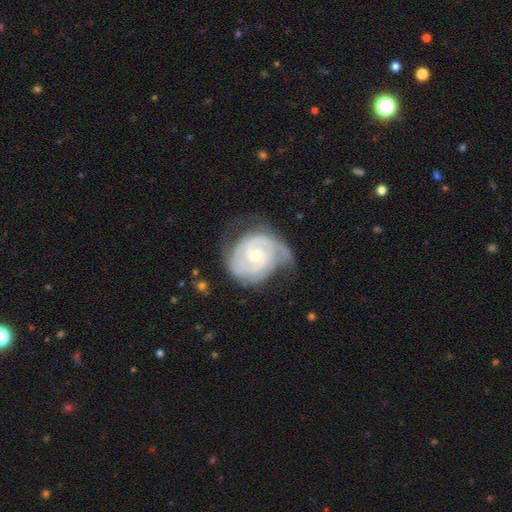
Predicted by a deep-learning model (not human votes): Morphology: type=featured or disk (88%); edge-on=no (98%); bar=no (60%); spiral arms=yes (97%); winding=tight (62%); arm count=2 (59%); bulge=small (52%); merging=none (55%).